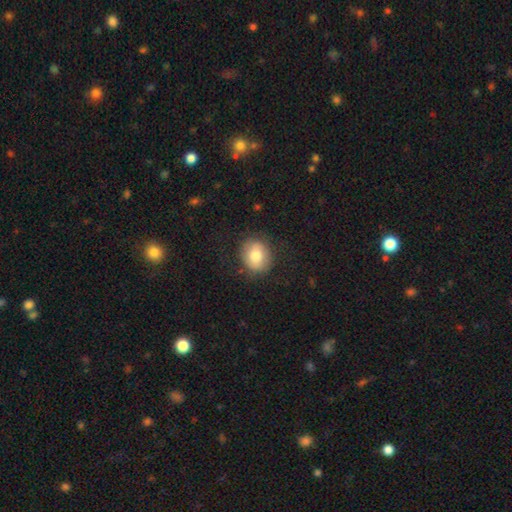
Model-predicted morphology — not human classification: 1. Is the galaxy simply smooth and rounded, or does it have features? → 76% smooth, 16% featured or disk, 8% star or artifact.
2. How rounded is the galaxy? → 66% round, 33% in between, 1% cigar-shaped.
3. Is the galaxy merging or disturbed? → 82% none, 12% minor disturbance, 5% major disturbance, 1% merger.